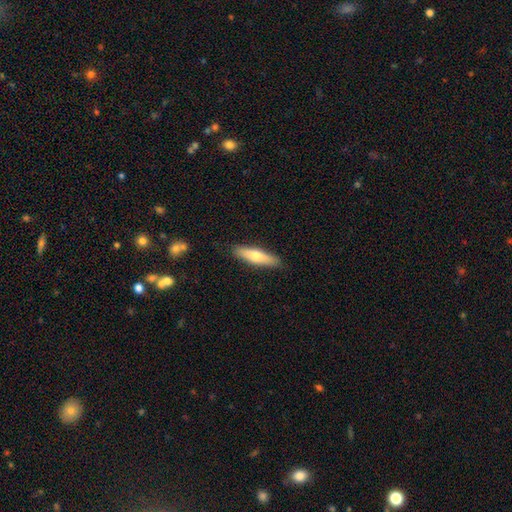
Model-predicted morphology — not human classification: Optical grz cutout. It shows a smooth galaxy with no disk features (67%) that is cigar-shaped (73%). Merging: none (88%).